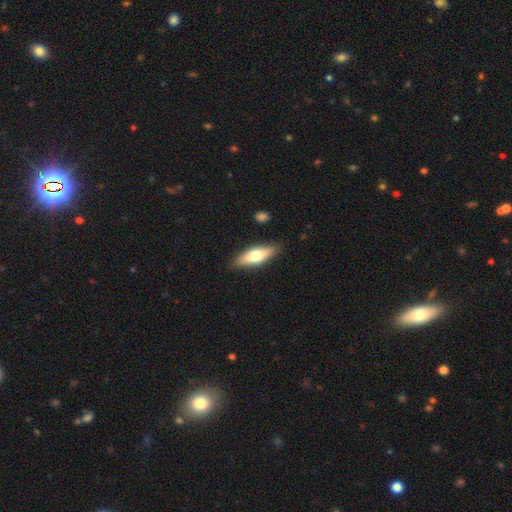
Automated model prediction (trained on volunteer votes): Smooth or featured? Predicted: smooth (p=0.61). How rounded? Predicted: in between (p=0.55). Merging? Predicted: none (p=0.87).